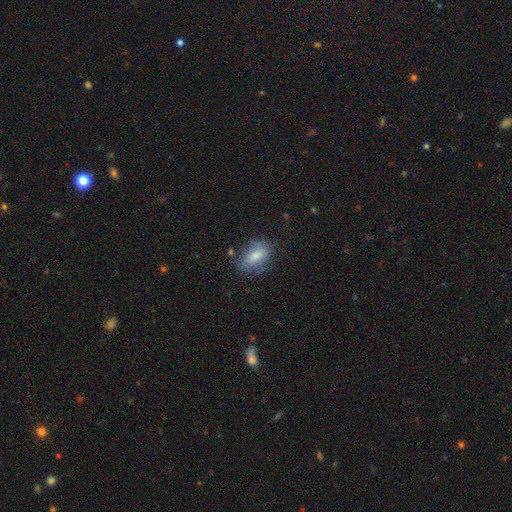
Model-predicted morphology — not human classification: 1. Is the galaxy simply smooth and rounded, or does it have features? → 72% smooth, 21% featured or disk, 7% star or artifact.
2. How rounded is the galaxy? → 86% in between, 11% round, 2% cigar-shaped.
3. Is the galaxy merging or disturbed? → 64% none, 24% minor disturbance, 8% major disturbance, 3% merger.